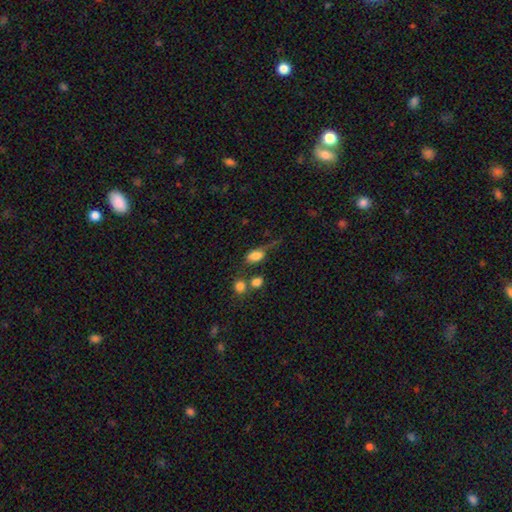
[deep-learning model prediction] Morphology: type=smooth (76%); roundness=in between (82%); merging=none (38%).